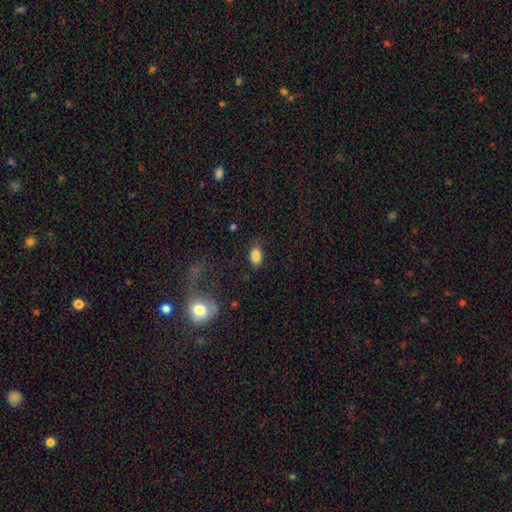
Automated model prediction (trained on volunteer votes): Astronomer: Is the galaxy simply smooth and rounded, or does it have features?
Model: smooth — 86%.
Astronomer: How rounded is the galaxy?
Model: in between — 90%.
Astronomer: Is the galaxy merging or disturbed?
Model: none — 80%.